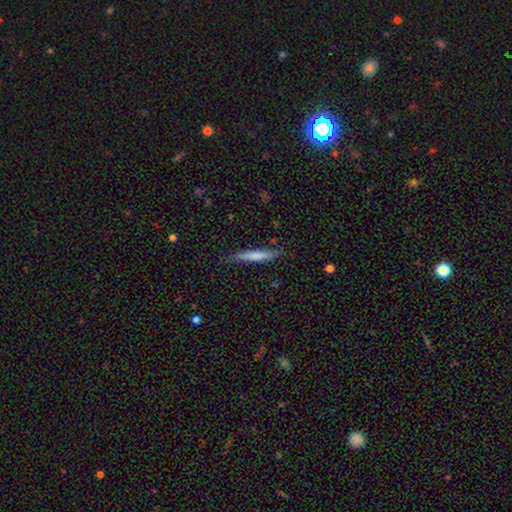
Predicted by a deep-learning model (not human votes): smooth-or-featured: smooth: 69% | featured or disk: 26% | star or artifact: 5%
  how-rounded: cigar-shaped: 93% | in between: 5% | round: 1%
  merging: none: 78% | minor disturbance: 17% | major disturbance: 3% | merger: 2%